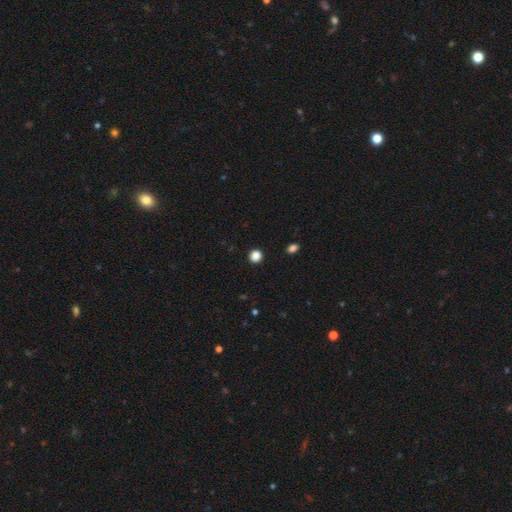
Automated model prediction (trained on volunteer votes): A smooth galaxy with no disk features (86%) that is round (91%). Merging: none (92%).